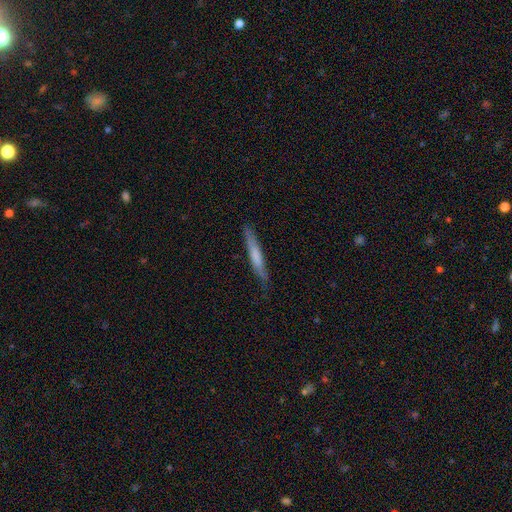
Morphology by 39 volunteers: Smooth or featured: smooth — 69% (featured or disk — 31%)
How rounded: cigar-shaped — 100%
Merging: none — 77% (minor disturbance — 15%)